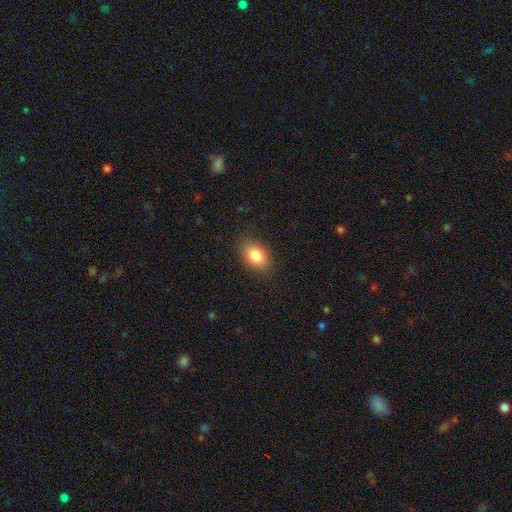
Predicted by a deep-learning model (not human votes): A smooth galaxy with no disk features (84%) that is in between round and cigar-shaped (78%). Merging: none (85%).